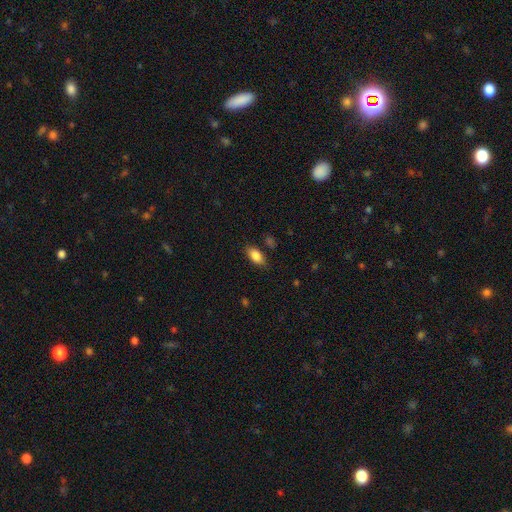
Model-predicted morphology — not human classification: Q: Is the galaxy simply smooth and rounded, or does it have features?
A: smooth — 86%.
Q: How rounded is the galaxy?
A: in between — 89%.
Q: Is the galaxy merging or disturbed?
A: none — 81%.